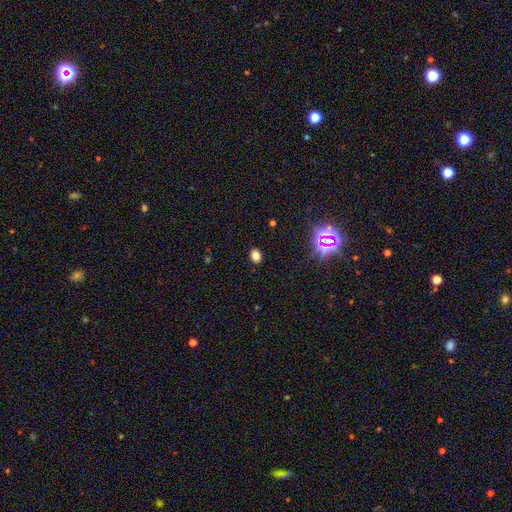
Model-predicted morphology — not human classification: Smooth or featured: smooth — 77% (star or artifact — 18%)
How rounded: in between — 69% (round — 30%)
Merging: none — 89% (minor disturbance — 8%)